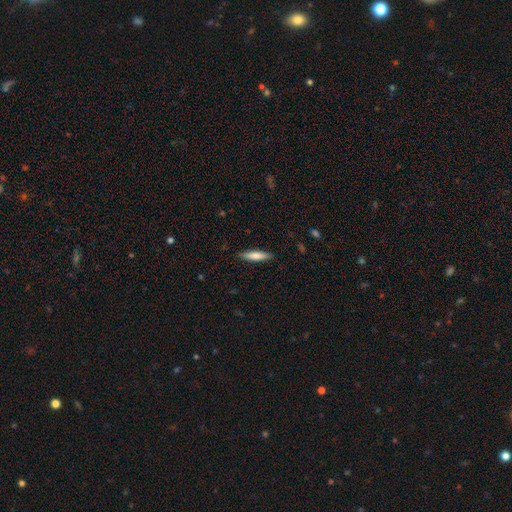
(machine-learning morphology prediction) This is likely a smooth galaxy (71%). How rounded: clearly cigar-shaped (83%). Merging: clearly none (89%).